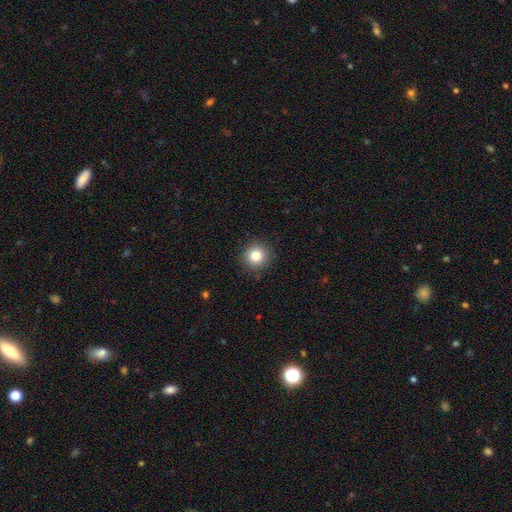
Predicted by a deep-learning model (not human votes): Smooth or featured? Predicted: smooth (p=0.83). How rounded? Predicted: round (p=0.93). Merging? Predicted: none (p=0.90).